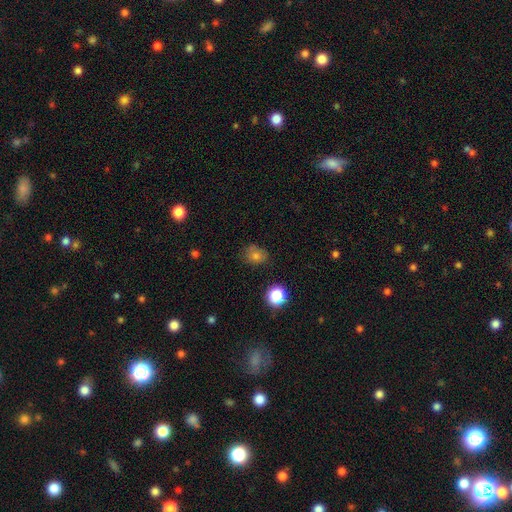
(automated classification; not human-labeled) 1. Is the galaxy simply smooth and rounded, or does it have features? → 73% smooth, 17% star or artifact, 9% featured or disk.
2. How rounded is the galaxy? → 55% round, 44% in between, 1% cigar-shaped.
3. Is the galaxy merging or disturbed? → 73% none, 20% minor disturbance, 5% major disturbance, 2% merger.